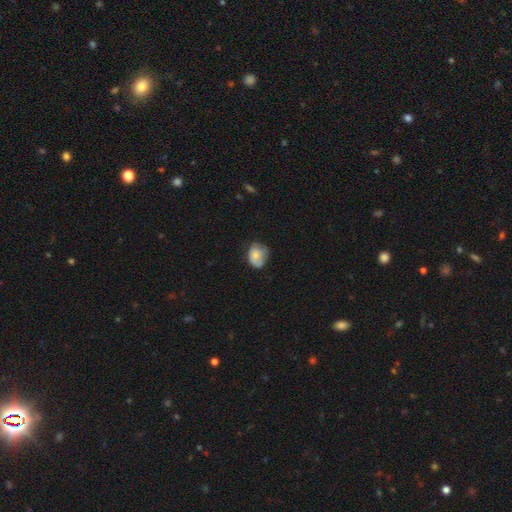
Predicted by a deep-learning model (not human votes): Morphology: type=smooth (69%); roundness=in between (58%); merging=none (49%).